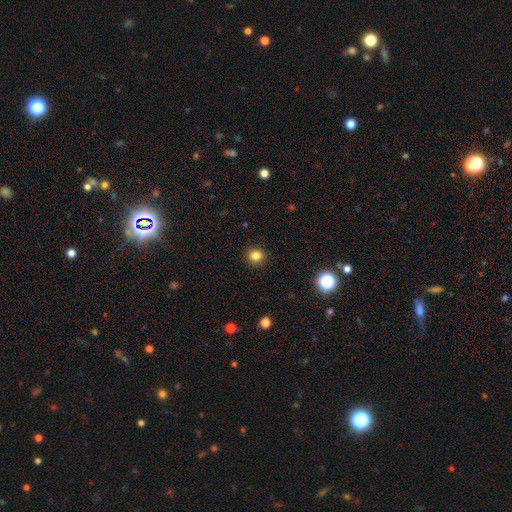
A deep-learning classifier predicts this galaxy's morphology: type=smooth (82%); roundness=round (89%); merging=none (92%).